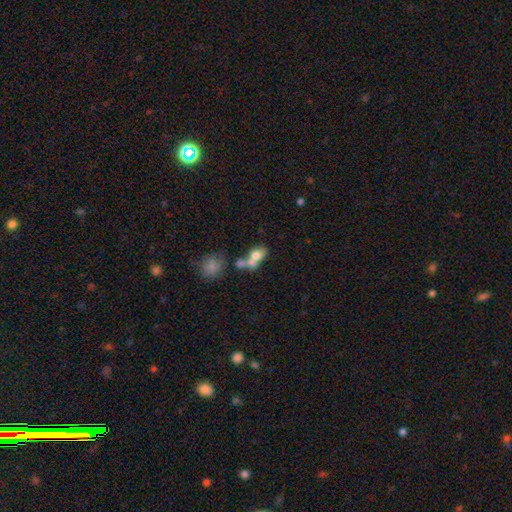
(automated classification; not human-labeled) Overall: smooth (68%). How rounded: in between (63%; round 34%). Merging: merger (58%; none 25%).